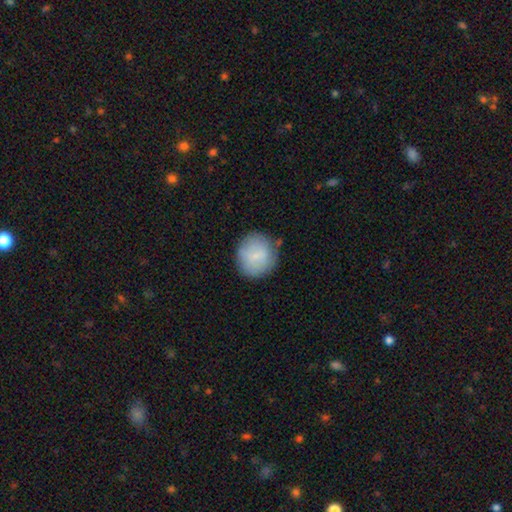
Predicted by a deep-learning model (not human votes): Morphology: type=smooth (78%); roundness=round (89%); merging=none (79%).